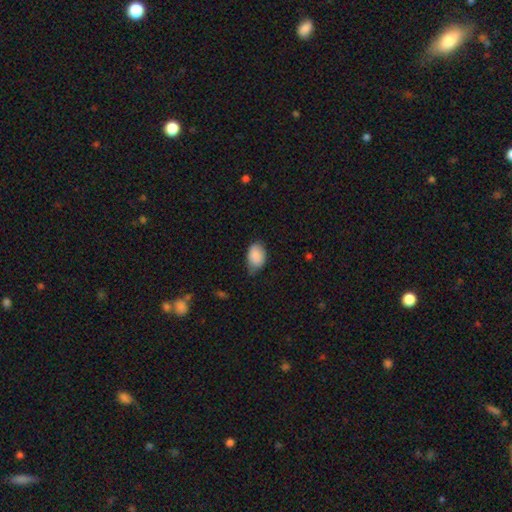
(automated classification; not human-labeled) smooth-or-featured: smooth: 88% | star or artifact: 7% | featured or disk: 5%
  how-rounded: in between: 86% | round: 13% | cigar-shaped: 1%
  merging: none: 59% | minor disturbance: 34% | major disturbance: 6% | merger: 1%